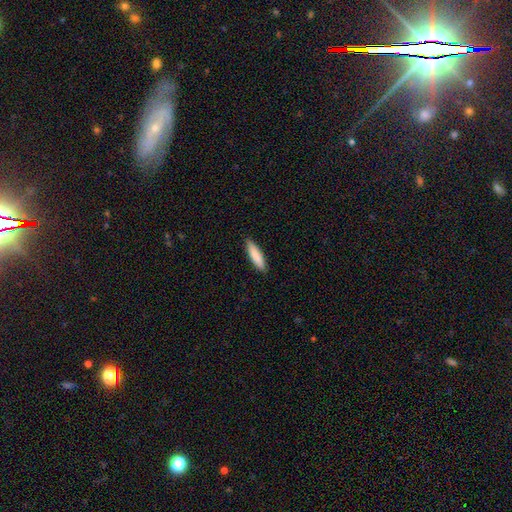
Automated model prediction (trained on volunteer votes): Smooth or featured?
  - smooth: 86% *
  - featured or disk: 8%
  - star or artifact: 5%
How rounded?
  - cigar-shaped: 73% *
  - in between: 26%
  - round: 1%
Merging?
  - none: 89% *
  - minor disturbance: 8%
  - major disturbance: 2%
  - merger: 1%